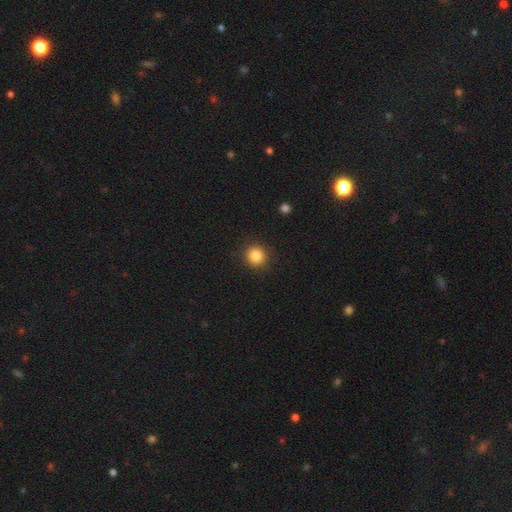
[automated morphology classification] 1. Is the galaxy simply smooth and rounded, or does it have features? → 86% smooth, 10% star or artifact, 4% featured or disk.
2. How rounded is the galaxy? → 91% round, 8% in between, 1% cigar-shaped.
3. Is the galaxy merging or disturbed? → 91% none, 6% minor disturbance, 2% major disturbance, 1% merger.